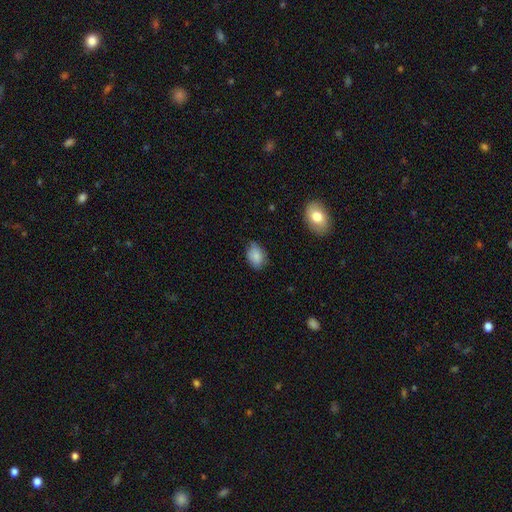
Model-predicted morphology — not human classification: smooth-or-featured: smooth: 84% | featured or disk: 9% | star or artifact: 8%
  how-rounded: in between: 76% | round: 23% | cigar-shaped: 1%
  merging: none: 69% | minor disturbance: 26% | major disturbance: 4% | merger: 1%